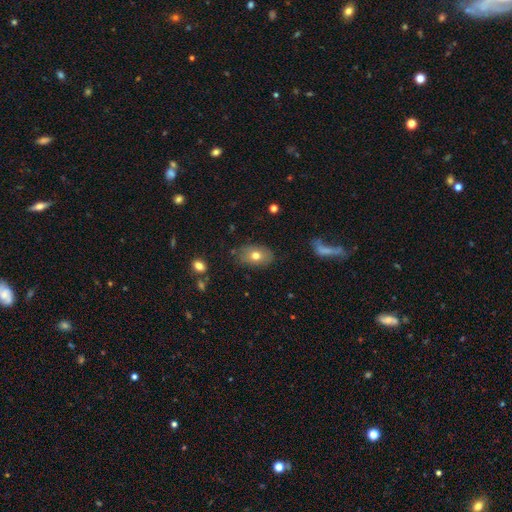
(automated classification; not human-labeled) smooth-or-featured: smooth: 70% | featured or disk: 21% | star or artifact: 9%
  how-rounded: in between: 86% | round: 13% | cigar-shaped: 2%
  merging: none: 79% | minor disturbance: 15% | major disturbance: 4% | merger: 2%